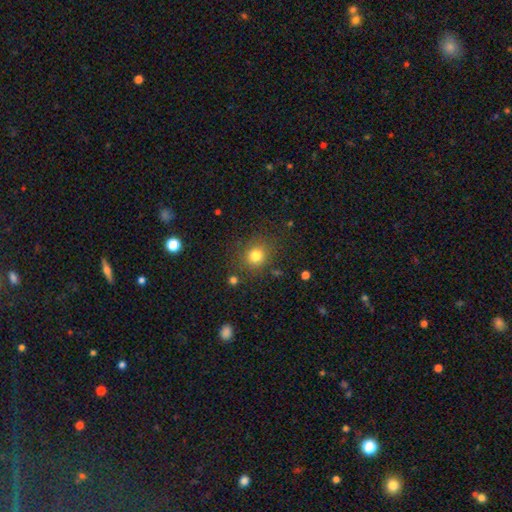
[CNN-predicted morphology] Smooth or featured? smooth (79%)
How rounded? round (83%)
Merging? none (82%)